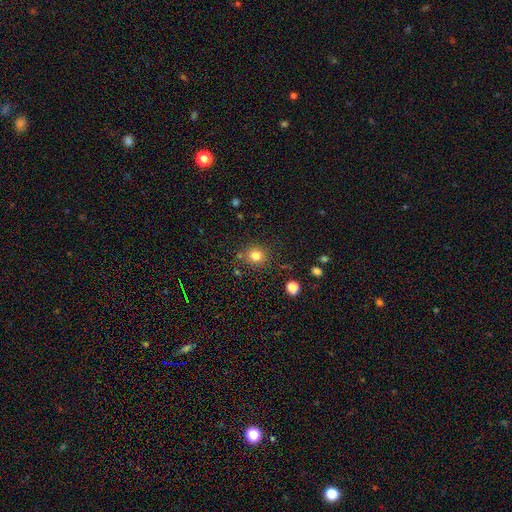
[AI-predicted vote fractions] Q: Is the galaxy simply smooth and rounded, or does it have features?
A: smooth — 81%.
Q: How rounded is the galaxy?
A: round — 86%.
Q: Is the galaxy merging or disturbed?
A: none — 81%.